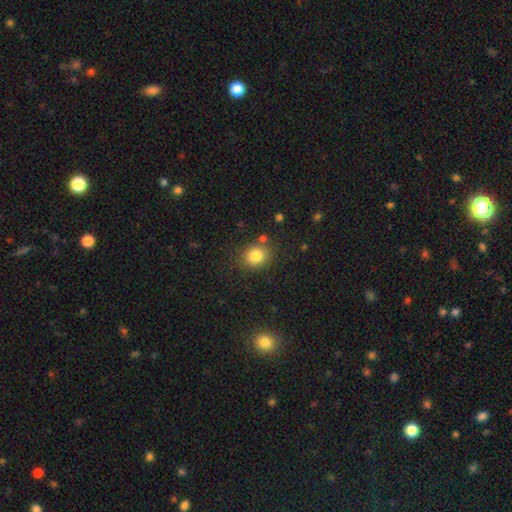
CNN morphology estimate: Smooth or featured? Predicted: smooth (p=0.82). How rounded? Predicted: round (p=0.70). Merging? Predicted: none (p=0.78).